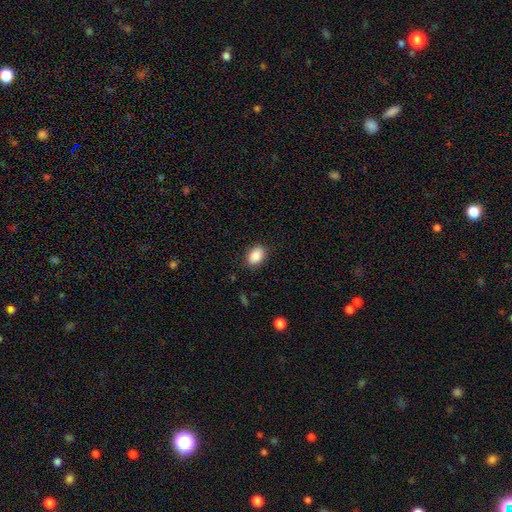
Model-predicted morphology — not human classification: A smooth galaxy with no disk features (86%) that is in between round and cigar-shaped (81%). Merging: none (87%).